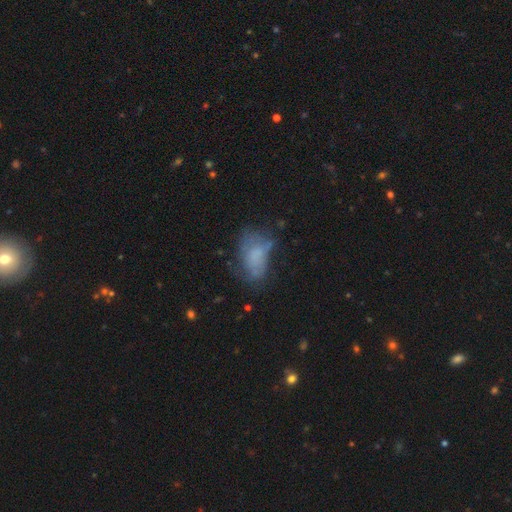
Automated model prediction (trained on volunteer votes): Q: Smooth or featured?
A: smooth (56%); runner-up: featured or disk (32%)
Q: How rounded?
A: in between (87%); runner-up: round (11%)
Q: Merging?
A: none (38%); runner-up: minor disturbance (28%)